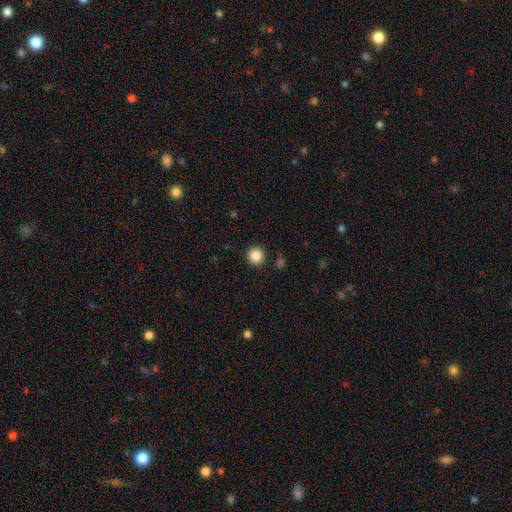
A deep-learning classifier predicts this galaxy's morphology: The model was most divided on "smooth or featured": smooth: 87%, star or artifact: 10%, featured or disk: 3%. More confident: how rounded — round (93%); merging — none (91%).